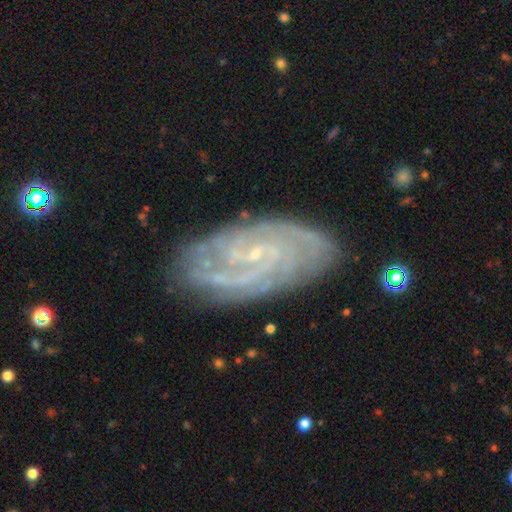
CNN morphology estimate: Overall: featured or disk (87%). Edge-on disk: no (96%). Bar: no (53%; weak 35%). Spiral arms: yes (98%). Spiral arm count: 2 (25%; can't tell 21%). Spiral winding: tight (70%). Bulge size: small (86%). Merging: none (82%).